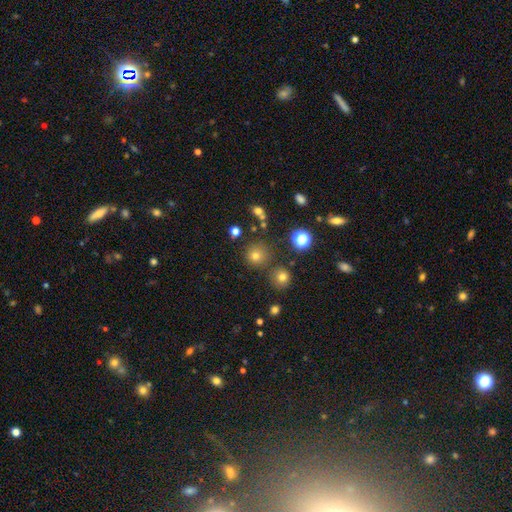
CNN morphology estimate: Overall: smooth (72%). How rounded: round (93%). Merging: none (80%).